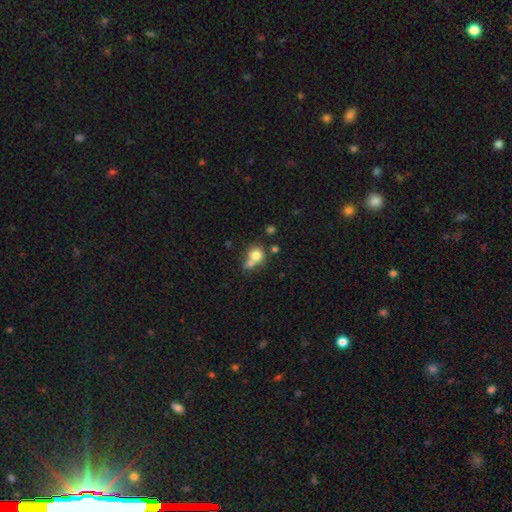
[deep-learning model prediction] smooth_or_featured: smooth (p=0.76) [alt: featured or disk p=0.12]
how_rounded: round (p=0.80) [alt: in between p=0.19]
merging: merger (p=0.43) [alt: none p=0.41]